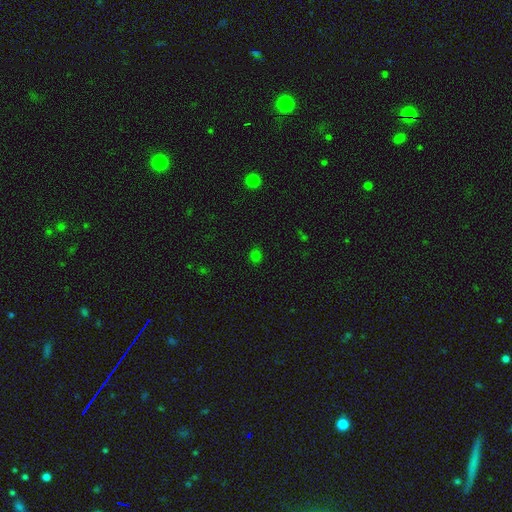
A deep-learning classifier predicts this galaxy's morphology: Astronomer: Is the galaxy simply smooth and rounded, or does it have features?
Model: smooth — 74%.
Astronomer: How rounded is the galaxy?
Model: round — 74%.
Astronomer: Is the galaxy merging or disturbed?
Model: none — 86%.